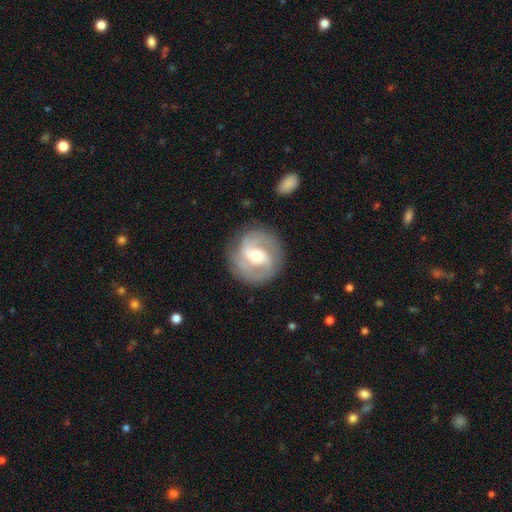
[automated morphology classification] Smooth or featured: featured or disk — 83% (smooth — 12%)
Edge-on disk: no — 98% (yes — 2%)
Bar: weak — 51% (no — 27%)
Spiral arms: yes — 95% (no — 5%)
Spiral winding: medium — 46% (tight — 41%)
Spiral arm count: 2 — 63% (3 — 19%)
Bulge size: moderate — 66% (small — 25%)
Merging: none — 83% (minor disturbance — 11%)